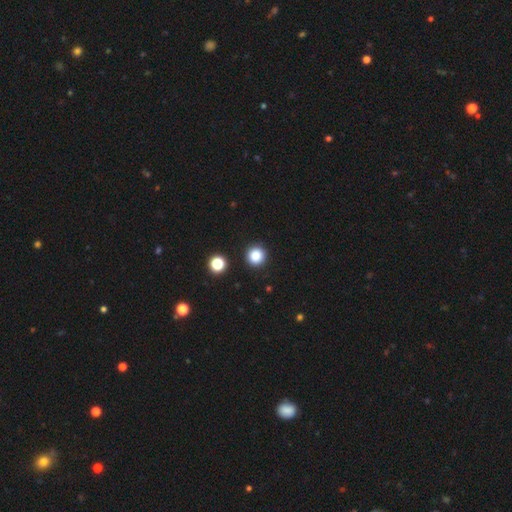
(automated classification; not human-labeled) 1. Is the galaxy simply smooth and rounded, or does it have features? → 84% smooth, 12% star or artifact, 4% featured or disk.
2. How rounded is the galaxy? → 94% round, 5% in between, 1% cigar-shaped.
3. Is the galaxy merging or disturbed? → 91% none, 5% minor disturbance, 2% merger, 2% major disturbance.